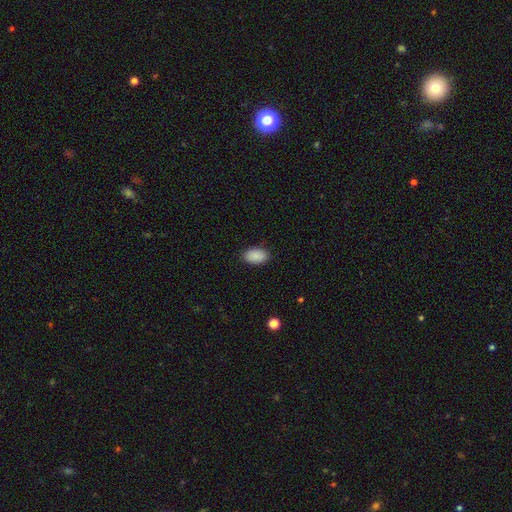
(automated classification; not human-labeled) This appears to be a smooth galaxy with no disk features (89%) that is in between round and cigar-shaped (93%). Merging: none (87%).